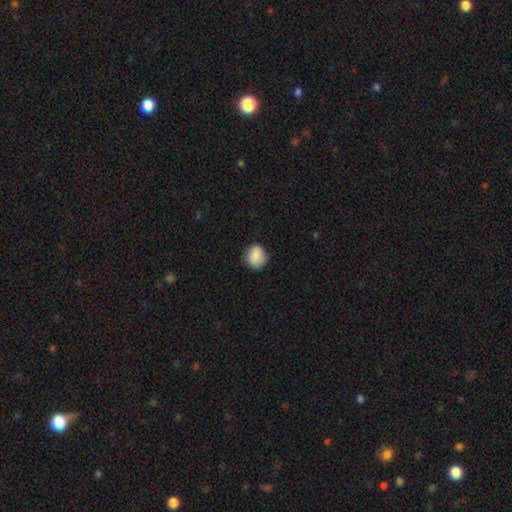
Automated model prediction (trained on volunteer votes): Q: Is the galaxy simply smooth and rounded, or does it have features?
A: smooth — 85%.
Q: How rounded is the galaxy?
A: round — 70%.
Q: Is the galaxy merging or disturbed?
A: none — 77%.